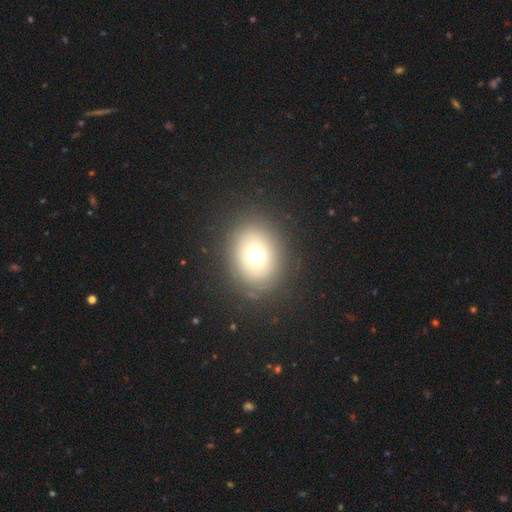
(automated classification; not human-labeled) A smooth galaxy with no disk features (67%) that is round (63%).

Vote fractions:
- Smooth or featured? smooth: 67% / star or artifact: 18% / featured or disk: 16%
- How rounded? round: 63% / in between: 36% / cigar-shaped: 1%
- Merging? none: 85% / minor disturbance: 8% / major disturbance: 5% / merger: 2%